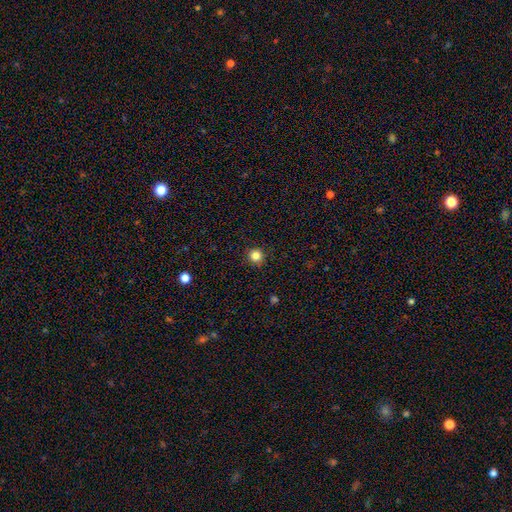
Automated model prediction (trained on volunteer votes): smooth 84%, star or artifact 12%, featured or disk 4%. Down the decision tree: how rounded — round (94%); merging — none (92%).